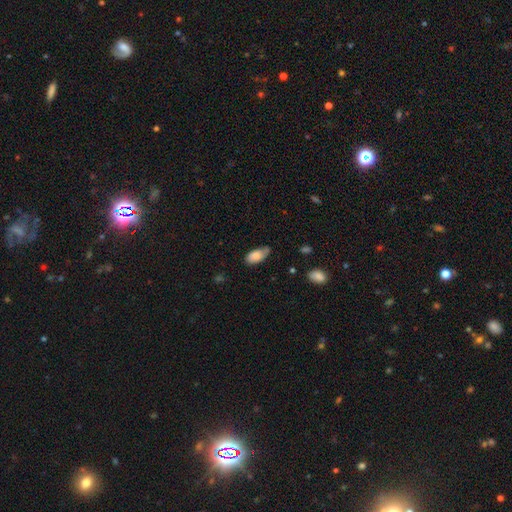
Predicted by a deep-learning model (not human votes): A smooth galaxy with no disk features (80%) that is in between round and cigar-shaped (92%).

Vote fractions:
- Smooth or featured? smooth: 80% / featured or disk: 13% / star or artifact: 7%
- How rounded? in between: 92% / cigar-shaped: 6% / round: 3%
- Merging? none: 59% / minor disturbance: 33% / major disturbance: 6% / merger: 2%